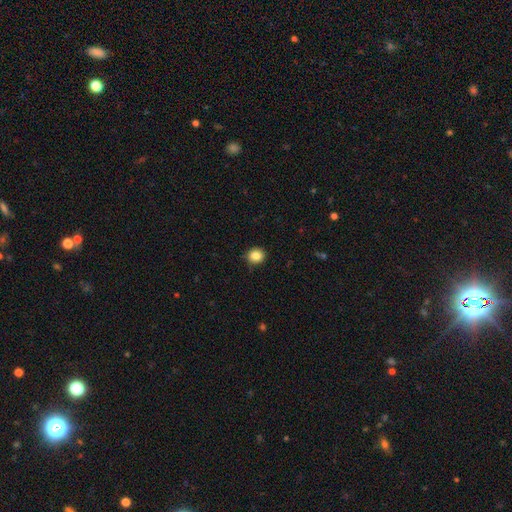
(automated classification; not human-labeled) A smooth galaxy with no disk features (85%) that is round (85%).

Vote fractions:
- Smooth or featured? smooth: 85% / star or artifact: 10% / featured or disk: 5%
- How rounded? round: 85% / in between: 14% / cigar-shaped: 1%
- Merging? none: 86% / minor disturbance: 11% / major disturbance: 2% / merger: 1%